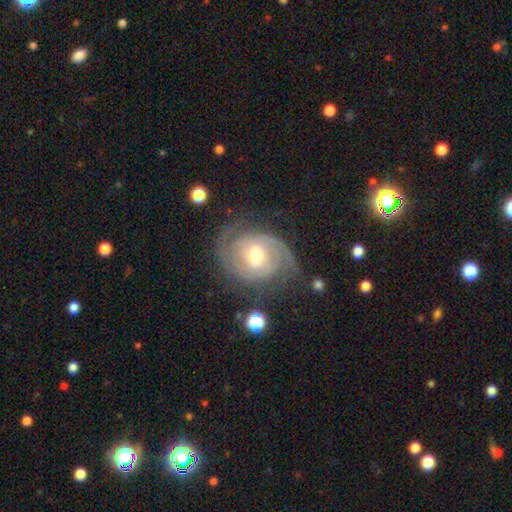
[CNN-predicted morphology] A featured or disk galaxy (87%) with a weak bar (52%), 2 (62%) tight (62%) spiral arms (96%) and a moderate central bulge (69%). Merging: none (72%).